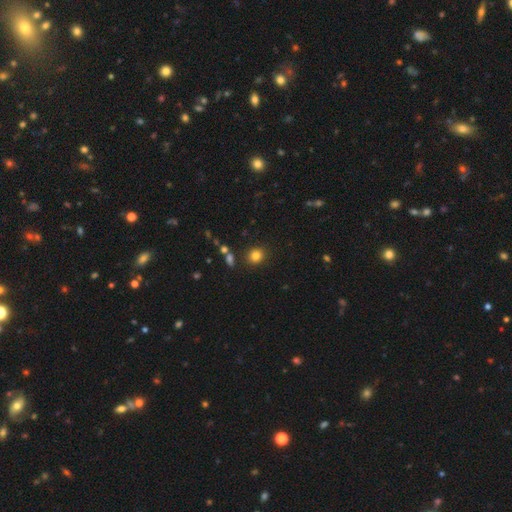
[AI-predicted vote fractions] Smooth or featured? Predicted: smooth (p=0.83). How rounded? Predicted: round (p=0.82). Merging? Predicted: none (p=0.86).